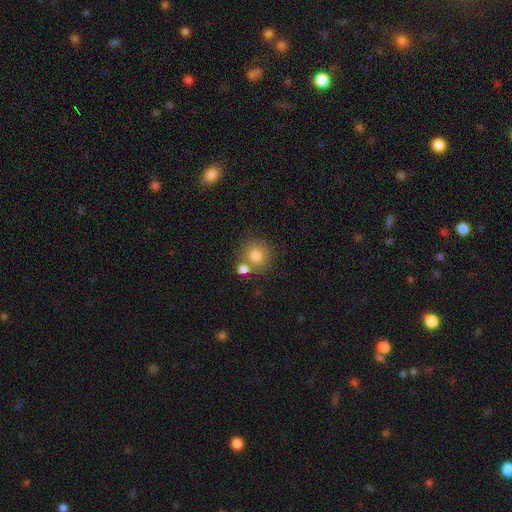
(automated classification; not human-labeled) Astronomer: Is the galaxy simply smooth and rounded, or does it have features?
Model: smooth — 81%.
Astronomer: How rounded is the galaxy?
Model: round — 88%.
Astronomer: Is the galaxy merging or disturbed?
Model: none — 63%.